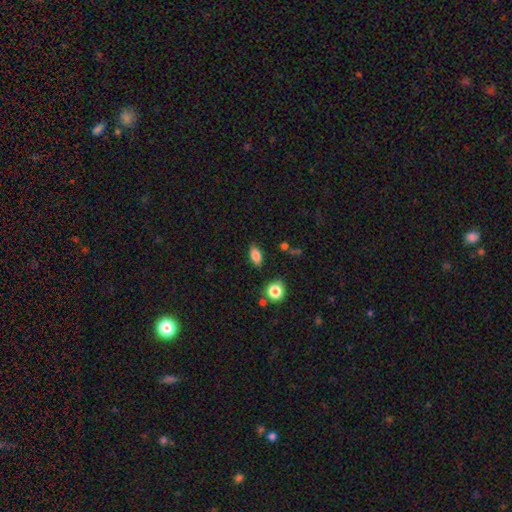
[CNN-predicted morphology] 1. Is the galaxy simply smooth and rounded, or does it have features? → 80% smooth, 10% featured or disk, 9% star or artifact.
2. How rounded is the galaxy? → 83% in between, 10% round, 7% cigar-shaped.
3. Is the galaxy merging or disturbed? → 81% none, 13% minor disturbance, 3% major disturbance, 2% merger.